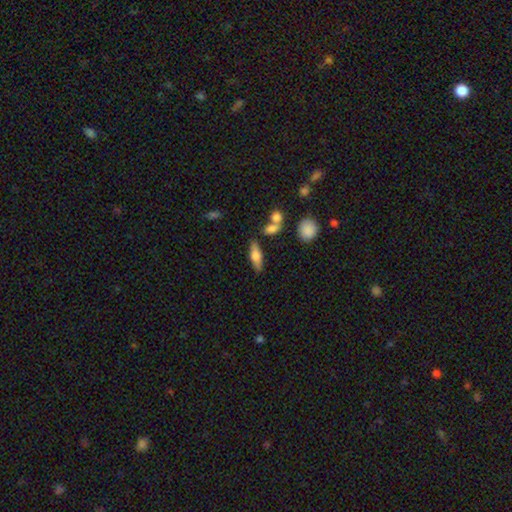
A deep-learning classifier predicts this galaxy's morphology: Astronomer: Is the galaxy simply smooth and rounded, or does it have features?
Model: smooth — 59%.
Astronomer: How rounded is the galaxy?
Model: in between — 57% (runner-up: cigar-shaped, 39%).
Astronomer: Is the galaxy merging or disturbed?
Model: none — 76%.